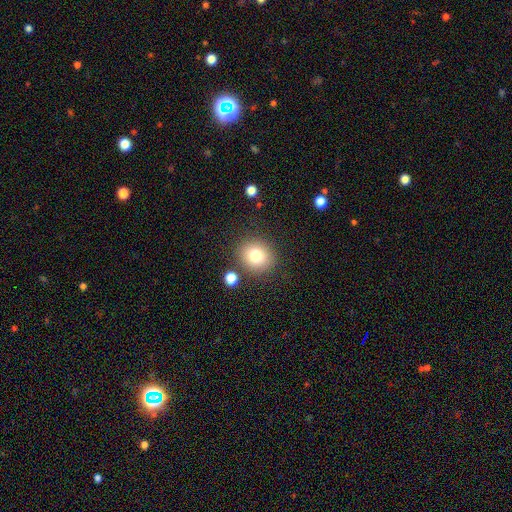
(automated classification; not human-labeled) Smooth or featured? Predicted: smooth (p=0.79). How rounded? Predicted: round (p=0.83). Merging? Predicted: none (p=0.83).